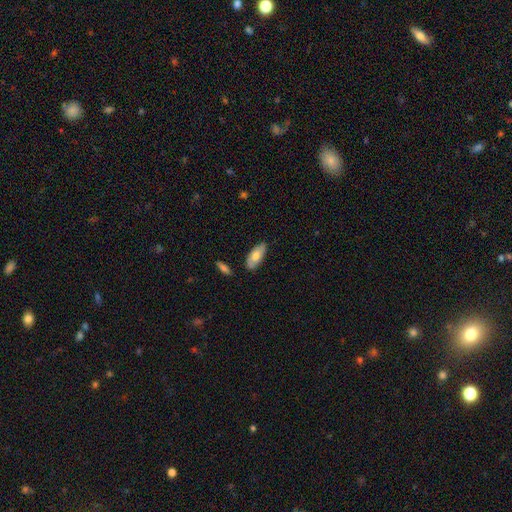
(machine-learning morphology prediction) smooth 71%, featured or disk 23%, star or artifact 6%. Down the decision tree: how rounded — in between (87%); merging — none (81%).